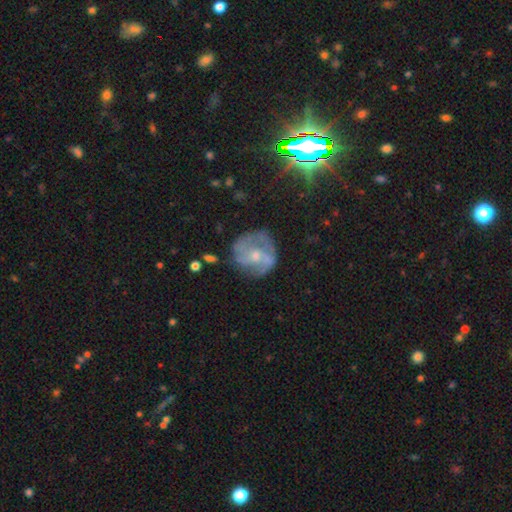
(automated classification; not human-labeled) smooth_or_featured: featured or disk (p=0.69) [alt: smooth p=0.21]
disk_edge_on: no (p=0.97) [alt: yes p=0.03]
bar: no (p=0.57) [alt: weak p=0.34]
has_spiral_arms: yes (p=0.80) [alt: no p=0.20]
spiral_winding: medium (p=0.44) [alt: tight p=0.34]
spiral_arm_count: 2 (p=0.42) [alt: can't tell p=0.26]
bulge_size: small (p=0.51) [alt: moderate p=0.42]
merging: none (p=0.64) [alt: minor disturbance p=0.22]